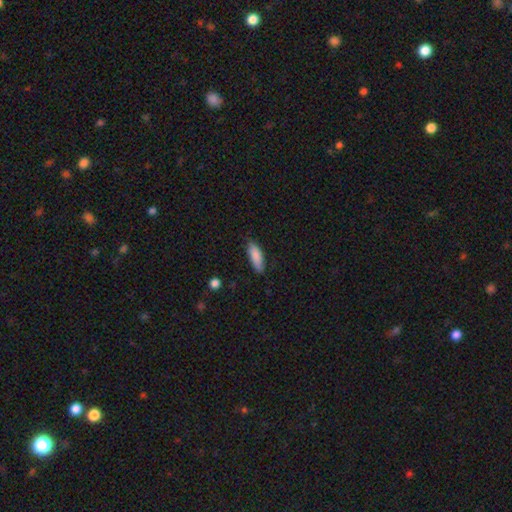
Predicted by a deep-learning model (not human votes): Smooth or featured? smooth (86%)
How rounded? in between (63%)
Merging? none (80%)